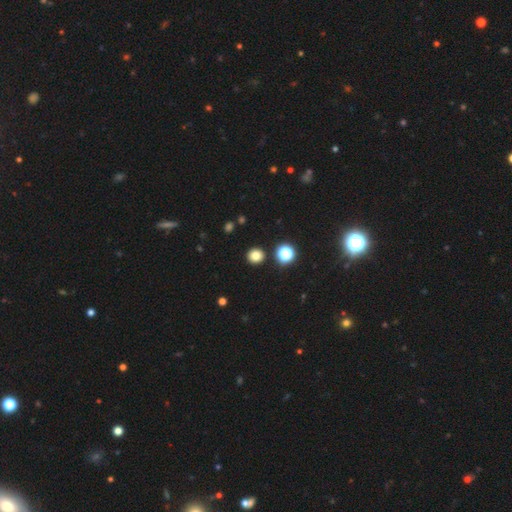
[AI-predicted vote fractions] Q: Smooth or featured?
A: smooth (81%); runner-up: star or artifact (14%)
Q: How rounded?
A: round (91%); runner-up: in between (8%)
Q: Merging?
A: none (90%); runner-up: minor disturbance (5%)